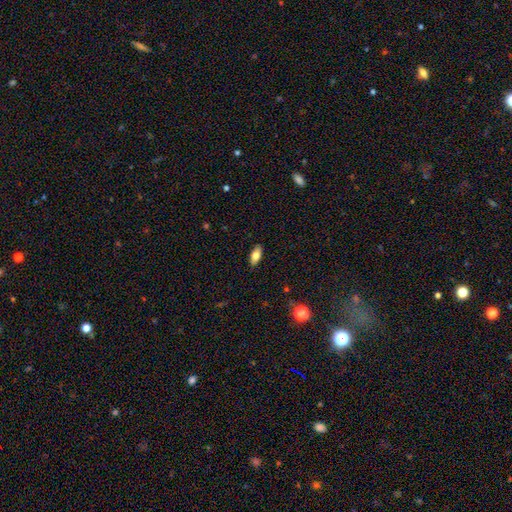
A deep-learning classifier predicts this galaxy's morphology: smooth_or_featured: smooth (p=0.74) [alt: featured or disk p=0.19]
how_rounded: in between (p=0.85) [alt: cigar-shaped p=0.12]
merging: none (p=0.88) [alt: minor disturbance p=0.09]